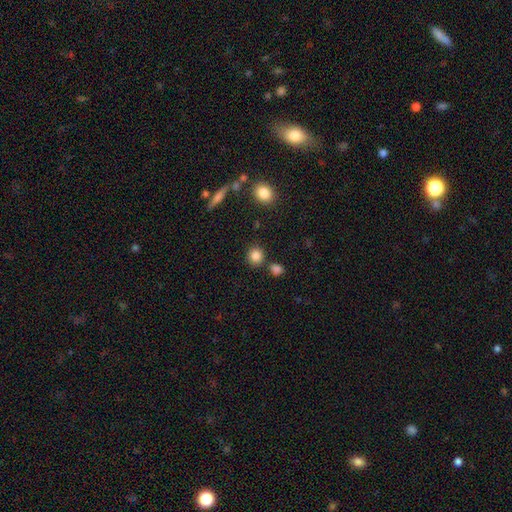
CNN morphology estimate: type=smooth (84%); roundness=round (86%); merging=none (78%).